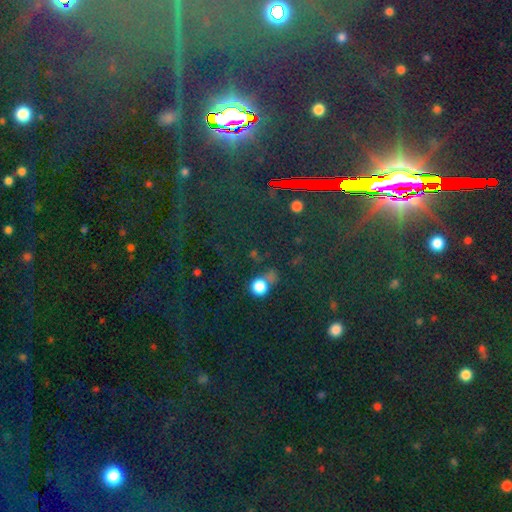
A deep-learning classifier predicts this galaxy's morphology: Smooth or featured: star or artifact — 77% (smooth — 13%)